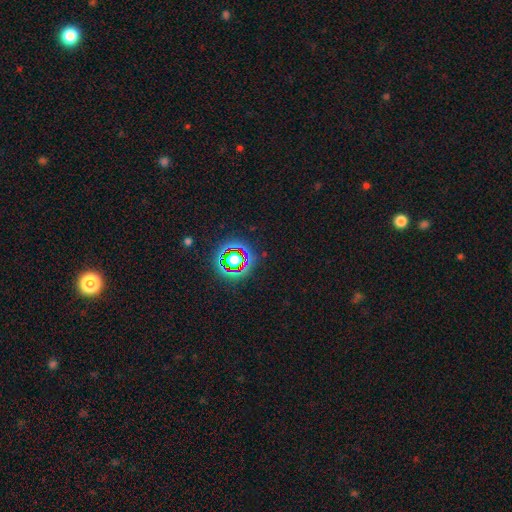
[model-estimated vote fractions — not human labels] This appears to be a star or artifact, not a galaxy (71%).